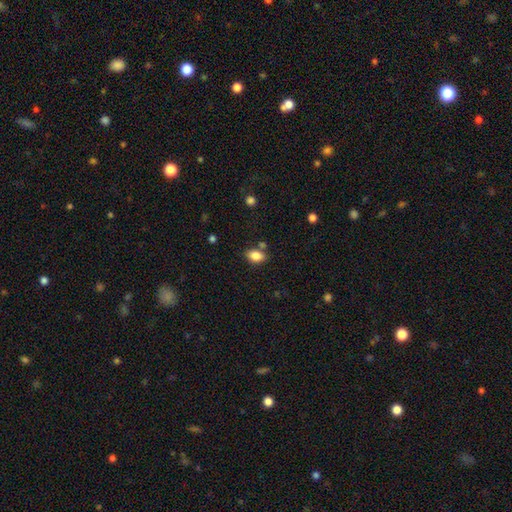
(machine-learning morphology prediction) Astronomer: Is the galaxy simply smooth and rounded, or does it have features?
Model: smooth — 85%.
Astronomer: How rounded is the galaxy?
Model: in between — 84%.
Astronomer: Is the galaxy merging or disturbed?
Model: none — 74%.